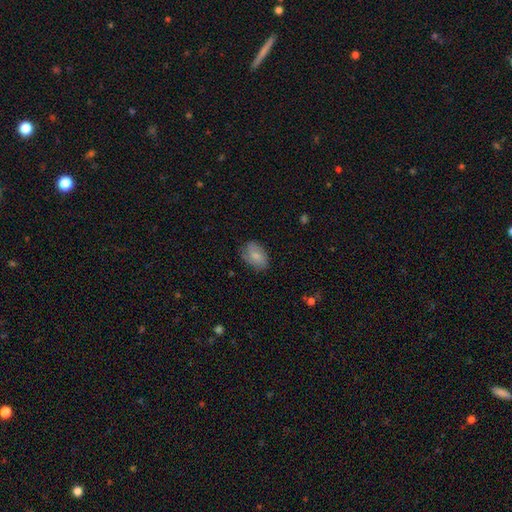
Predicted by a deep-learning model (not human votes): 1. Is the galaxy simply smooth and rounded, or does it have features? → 73% smooth, 20% featured or disk, 7% star or artifact.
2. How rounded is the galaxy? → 85% in between, 14% round, 2% cigar-shaped.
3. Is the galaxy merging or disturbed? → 70% none, 23% minor disturbance, 6% major disturbance, 1% merger.